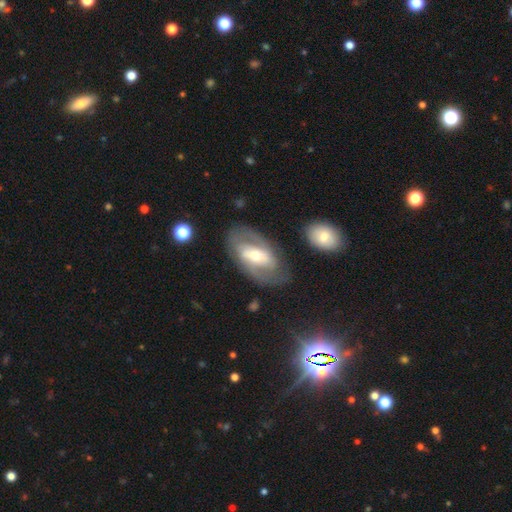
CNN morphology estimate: Smooth or featured? featured or disk (74%)
Edge-on disk? no (93%)
Bar? strong (38%)
Spiral arms? yes (75%)
Spiral winding? medium (44%)
Spiral arm count? 2 (77%)
Bulge size? moderate (62%)
Merging? none (74%)